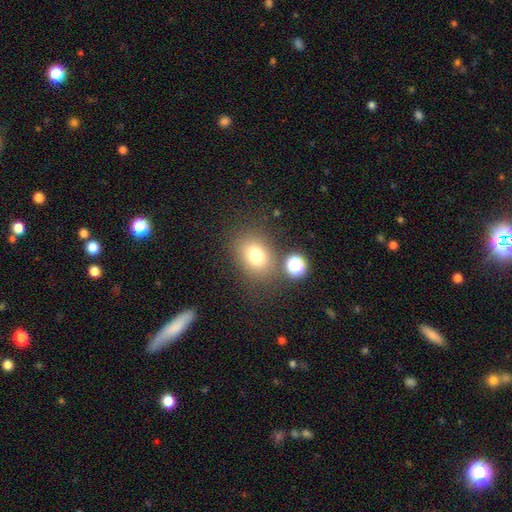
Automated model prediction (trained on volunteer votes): Q: Smooth or featured?
A: smooth (76%); runner-up: star or artifact (14%)
Q: How rounded?
A: in between (57%); runner-up: round (41%)
Q: Merging?
A: none (75%); runner-up: minor disturbance (12%)